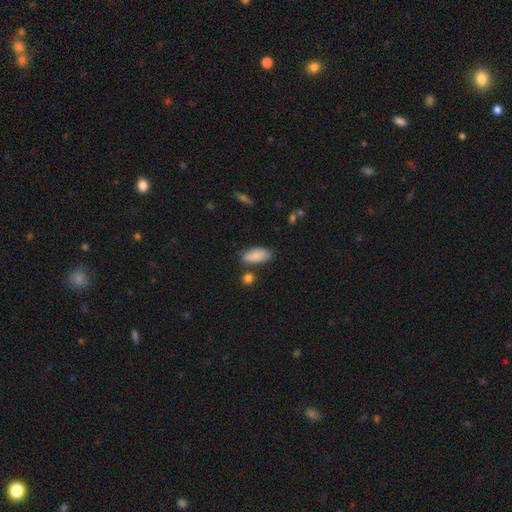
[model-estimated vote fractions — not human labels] The model was most divided on "merging": none: 77%, minor disturbance: 14%, merger: 6%, major disturbance: 3%. More confident: smooth or featured — smooth (88%); how rounded — in between (87%).